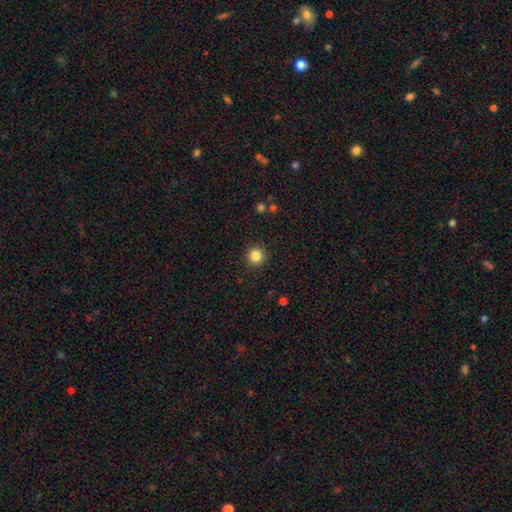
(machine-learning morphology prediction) type=smooth (84%); roundness=round (95%); merging=none (92%).